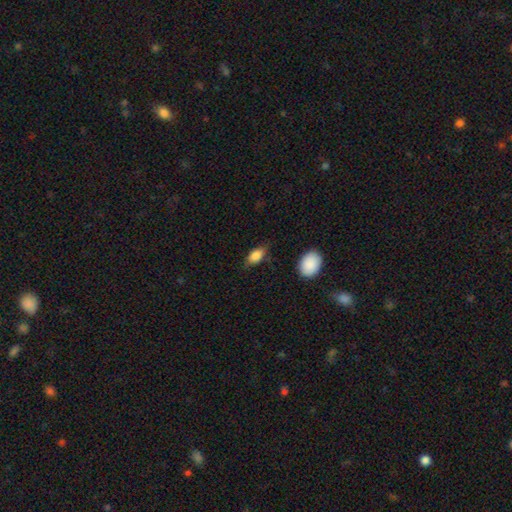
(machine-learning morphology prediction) A smooth galaxy with no disk features (83%) that is in between round and cigar-shaped (88%).

Vote fractions:
- Smooth or featured? smooth: 83% / featured or disk: 10% / star or artifact: 7%
- How rounded? in between: 88% / cigar-shaped: 6% / round: 6%
- Merging? none: 69% / minor disturbance: 23% / major disturbance: 5% / merger: 2%